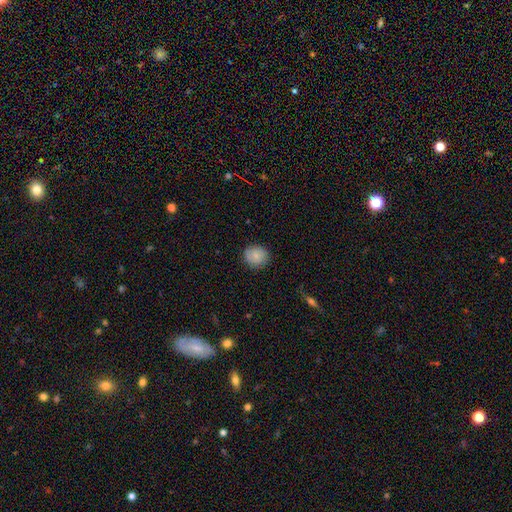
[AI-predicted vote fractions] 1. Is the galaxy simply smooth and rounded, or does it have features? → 78% smooth, 14% featured or disk, 8% star or artifact.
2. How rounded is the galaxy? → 82% round, 17% in between, 1% cigar-shaped.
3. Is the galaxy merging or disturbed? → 83% none, 13% minor disturbance, 3% major disturbance, 1% merger.